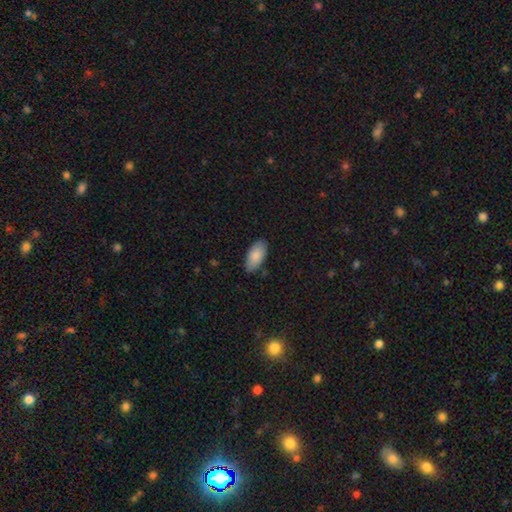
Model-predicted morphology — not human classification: smooth_or_featured: smooth (p=0.87) [alt: featured or disk p=0.07]
how_rounded: in between (p=0.94) [alt: cigar-shaped p=0.04]
merging: none (p=0.83) [alt: minor disturbance p=0.13]